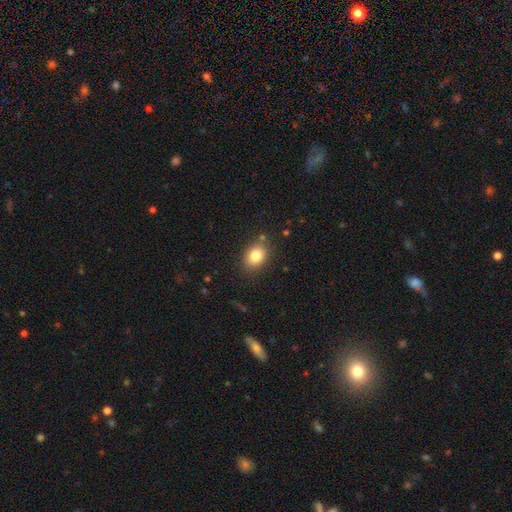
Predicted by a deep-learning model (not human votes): A smooth galaxy with no disk features (84%) that is in between round and cigar-shaped (65%).

Vote fractions:
- Smooth or featured? smooth: 84% / star or artifact: 9% / featured or disk: 7%
- How rounded? in between: 65% / round: 34% / cigar-shaped: 1%
- Merging? none: 82% / minor disturbance: 12% / major disturbance: 4% / merger: 3%